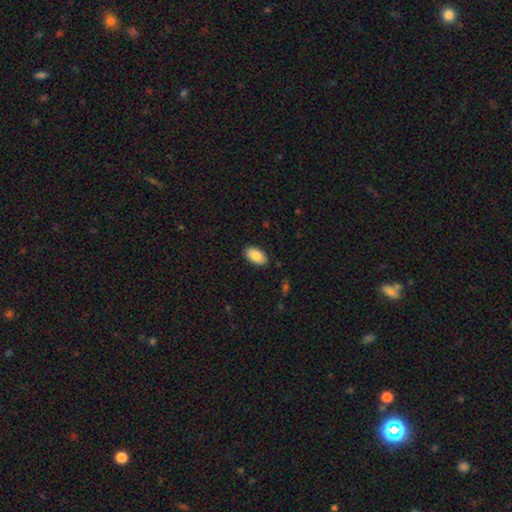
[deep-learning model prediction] Morphology: type=smooth (86%); roundness=in between (95%); merging=none (88%).